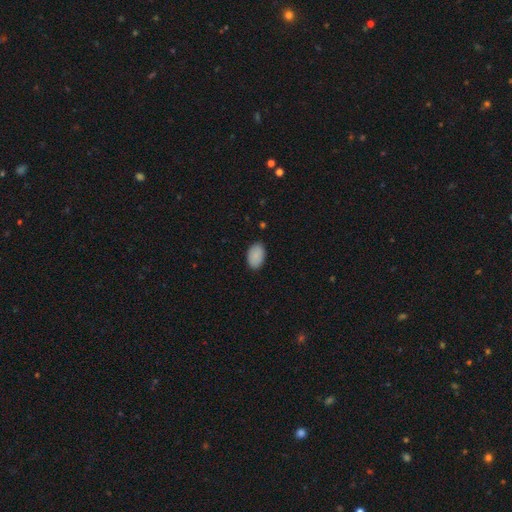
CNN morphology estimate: A smooth galaxy with no disk features (90%) that is in between round and cigar-shaped (91%). Merging: none (87%).